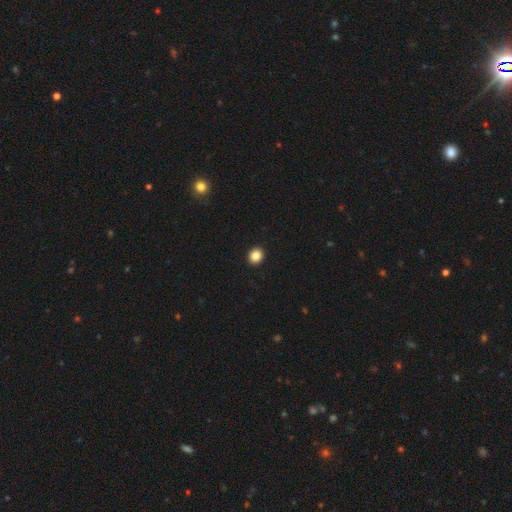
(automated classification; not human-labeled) This is clearly a smooth galaxy (86%). How rounded: clearly round (85%). Merging: clearly none (94%).